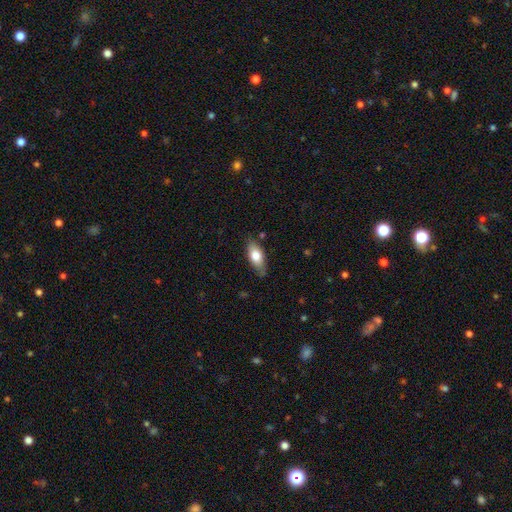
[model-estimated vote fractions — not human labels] Smooth or featured? Predicted: smooth (p=0.71). How rounded? Predicted: in between (p=0.84). Merging? Predicted: none (p=0.78).